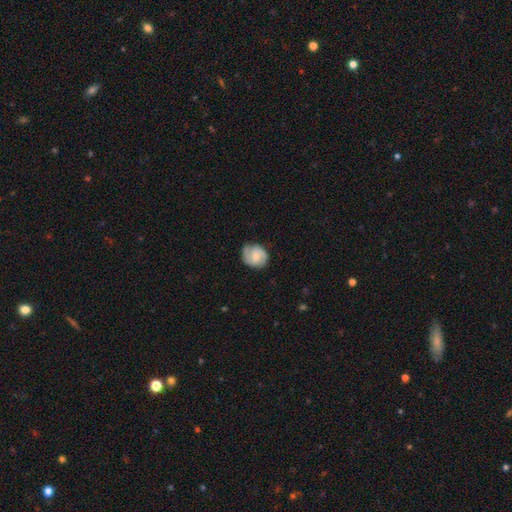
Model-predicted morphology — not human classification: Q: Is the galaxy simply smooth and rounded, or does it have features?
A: featured or disk — 65%.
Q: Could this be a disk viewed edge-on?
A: no — 98%.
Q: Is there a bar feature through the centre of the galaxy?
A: weak — 47%.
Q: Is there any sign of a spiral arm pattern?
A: yes — 93%.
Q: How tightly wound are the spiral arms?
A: medium — 46%.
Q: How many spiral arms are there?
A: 2 — 82%.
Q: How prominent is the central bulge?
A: small — 46%.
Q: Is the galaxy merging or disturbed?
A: none — 76%.